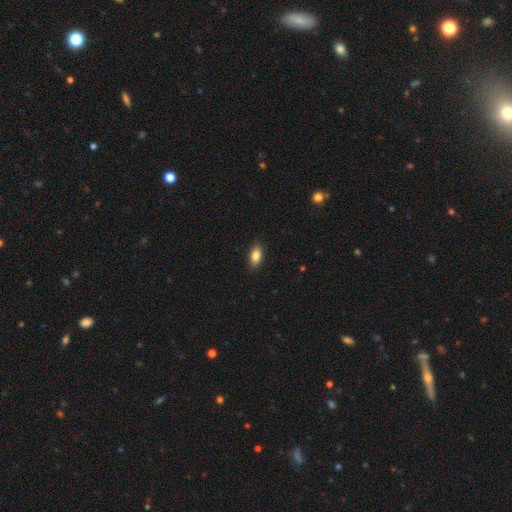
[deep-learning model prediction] Overall: smooth (85%). How rounded: in between (89%). Merging: none (88%).